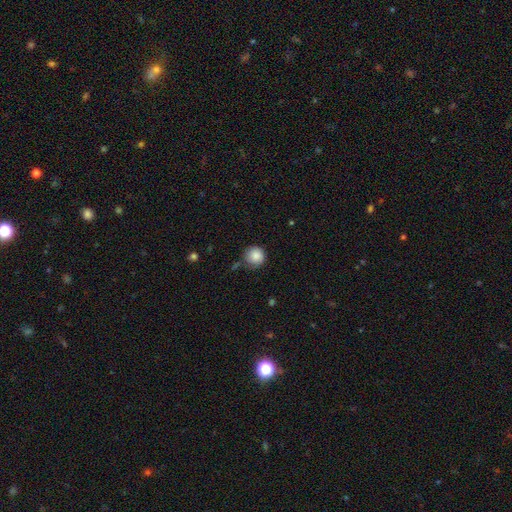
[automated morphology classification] smooth 87%, star or artifact 8%, featured or disk 4%. Down the decision tree: how rounded — round (94%); merging — none (77%).